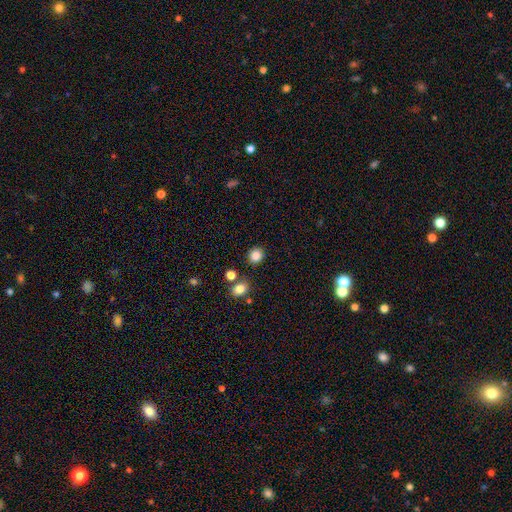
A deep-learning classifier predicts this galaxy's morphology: A smooth galaxy with no disk features (85%) that is round (84%). Merging: none (85%).